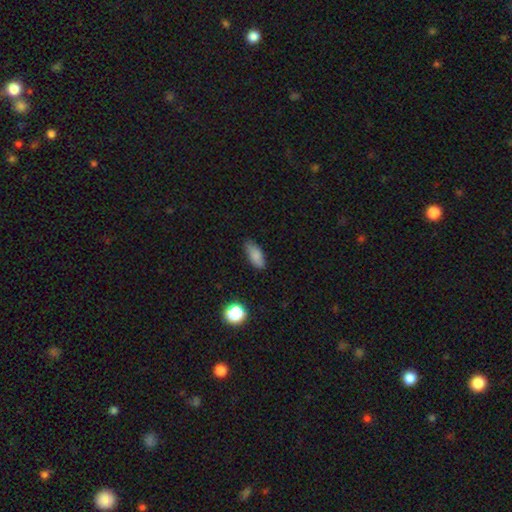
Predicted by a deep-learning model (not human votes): Smooth or featured? Predicted: smooth (p=0.83). How rounded? Predicted: in between (p=0.84). Merging? Predicted: none (p=0.78).